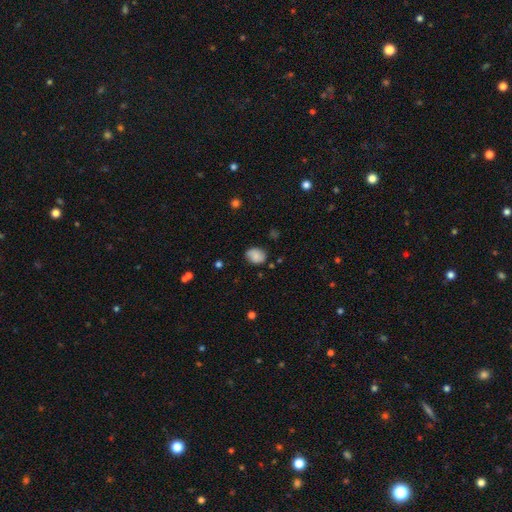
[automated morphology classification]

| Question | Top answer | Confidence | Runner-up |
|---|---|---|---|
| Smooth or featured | smooth | 69% | featured or disk (22%) |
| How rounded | in between | 54% | round (45%) |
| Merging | none | 74% | minor disturbance (20%) |